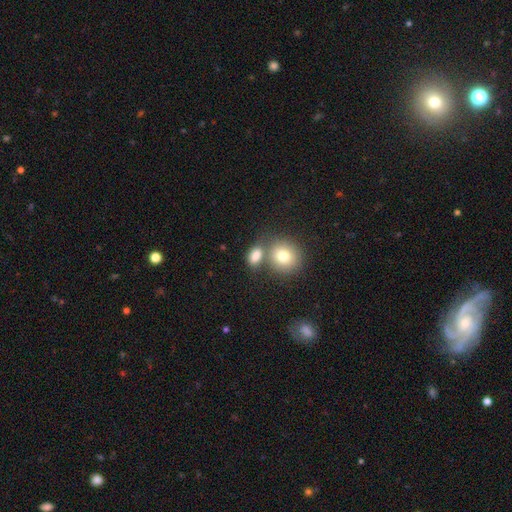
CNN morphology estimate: A smooth galaxy with no disk features (81%) that is in between round and cigar-shaped (69%).

Vote fractions:
- Smooth or featured? smooth: 81% / star or artifact: 10% / featured or disk: 9%
- How rounded? in between: 69% / round: 29% / cigar-shaped: 2%
- Merging? none: 47% / merger: 37% / minor disturbance: 11% / major disturbance: 5%